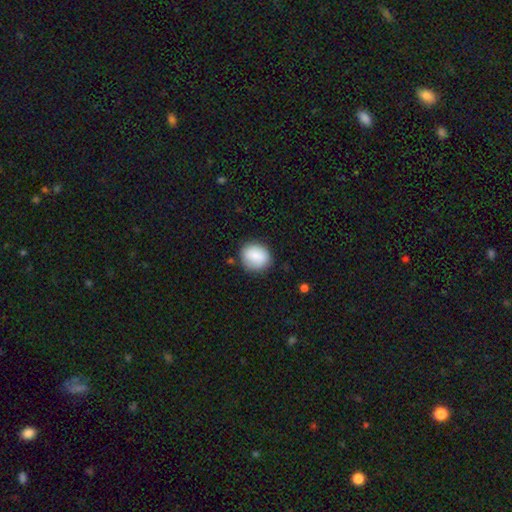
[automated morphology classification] smooth_or_featured: smooth (p=0.83) [alt: featured or disk p=0.10]
how_rounded: round (p=0.78) [alt: in between p=0.21]
merging: none (p=0.82) [alt: minor disturbance p=0.12]